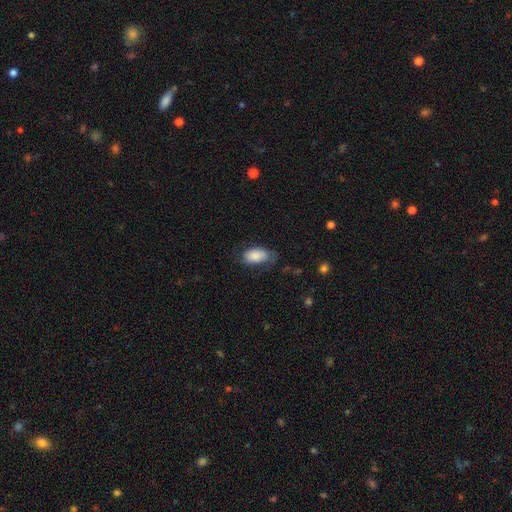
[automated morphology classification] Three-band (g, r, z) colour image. It shows a smooth galaxy with no disk features (80%) that is in between round and cigar-shaped (94%). Merging: none (59%).